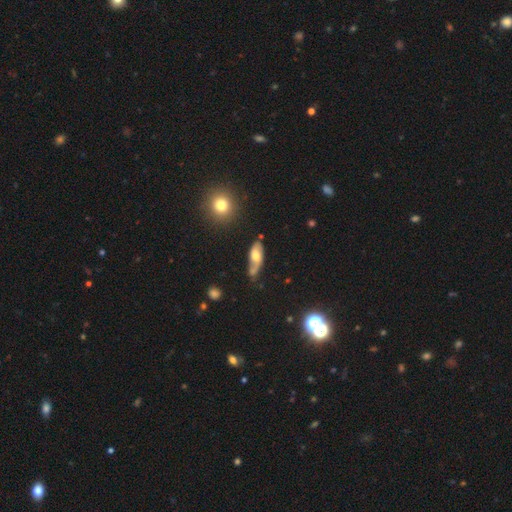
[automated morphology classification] The model was most divided on "smooth or featured": featured or disk: 51%, smooth: 41%, star or artifact: 8%. Remaining: edge-on disk — no (79%); merging — none (44%).